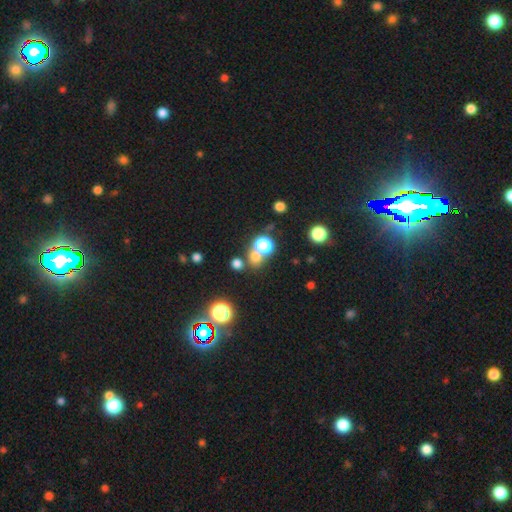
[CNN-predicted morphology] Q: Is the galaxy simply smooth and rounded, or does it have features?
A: smooth — 66%.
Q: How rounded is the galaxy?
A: round — 79%.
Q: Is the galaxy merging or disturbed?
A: none — 51%.